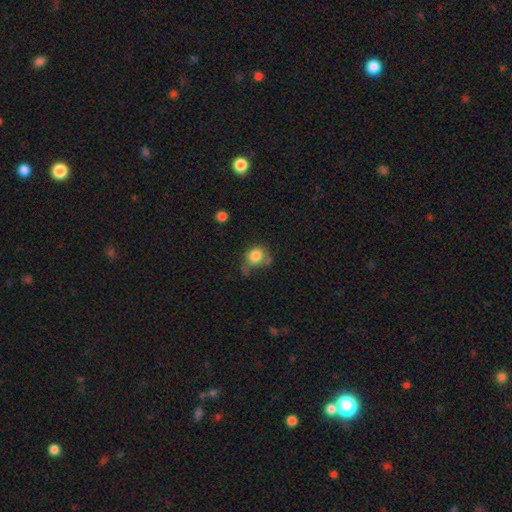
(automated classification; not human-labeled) This appears to be a smooth galaxy with no disk features (80%) that is round (66%). Merging: none (45%).